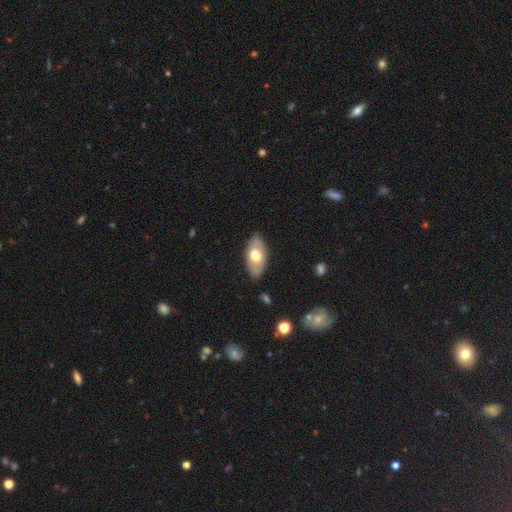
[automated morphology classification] Overall: smooth (59%; featured or disk 35%). How rounded: in between (92%). Merging: none (81%).